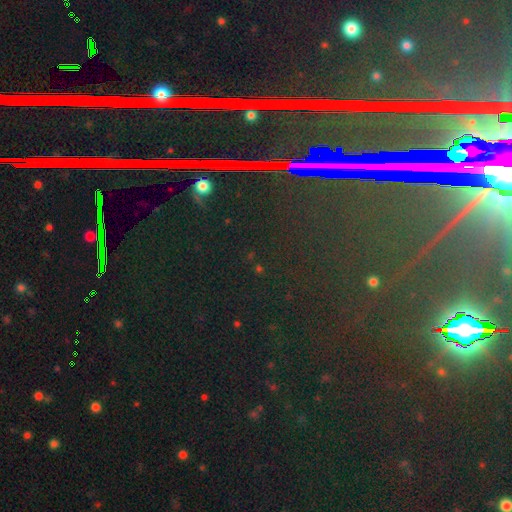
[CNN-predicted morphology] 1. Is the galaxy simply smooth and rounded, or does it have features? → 85% star or artifact, 8% smooth, 7% featured or disk.